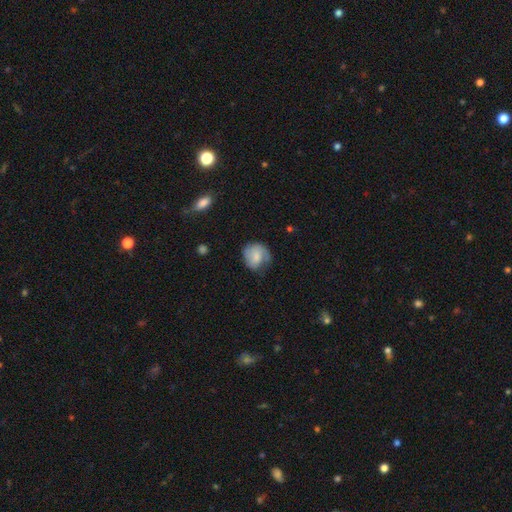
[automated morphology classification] Overall: smooth (60%; featured or disk 33%). How rounded: round (72%). Merging: none (54%; minor disturbance 30%).